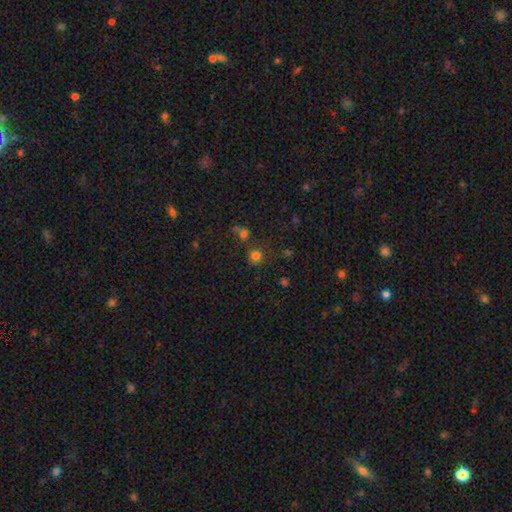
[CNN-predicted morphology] A smooth galaxy with no disk features (72%) that is round (89%). Merging: none (70%).